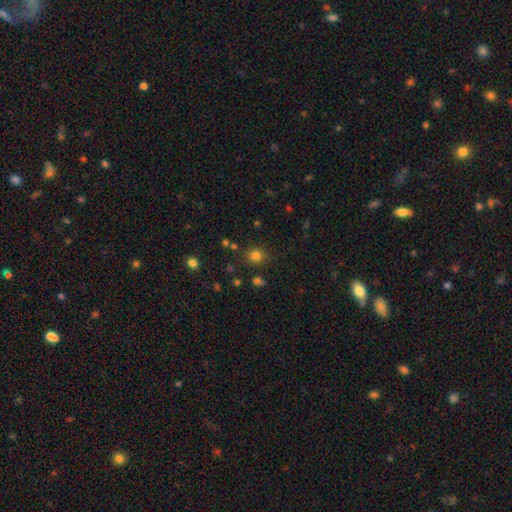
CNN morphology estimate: Smooth or featured? smooth (79%)
How rounded? round (75%)
Merging? none (82%)